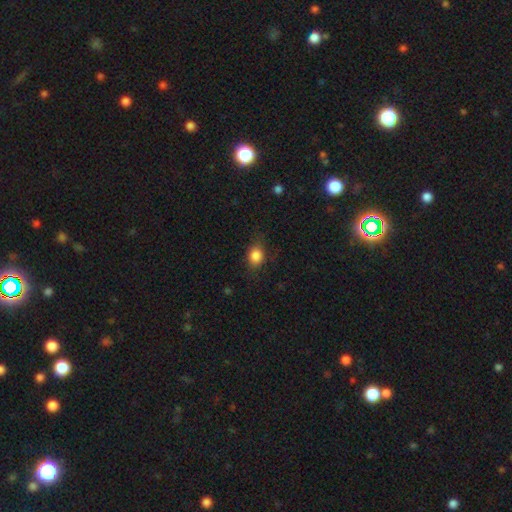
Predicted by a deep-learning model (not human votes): Q: Smooth or featured?
A: smooth (85%); runner-up: star or artifact (10%)
Q: How rounded?
A: in between (52%); runner-up: round (47%)
Q: Merging?
A: none (77%); runner-up: minor disturbance (17%)